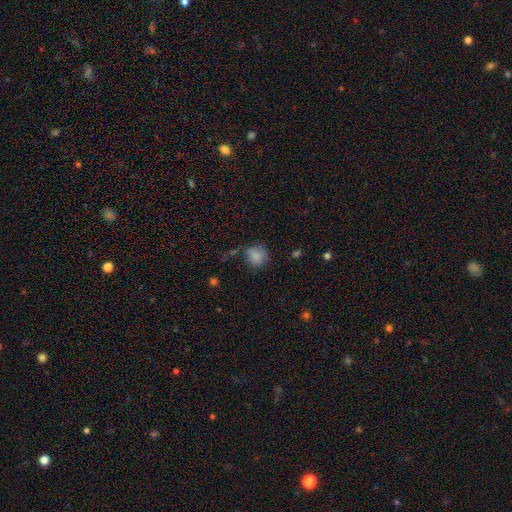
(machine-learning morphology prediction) The model was most divided on "merging": none: 67%, minor disturbance: 23%, major disturbance: 7%, merger: 3%. More confident: smooth or featured — smooth (83%); how rounded — round (78%).